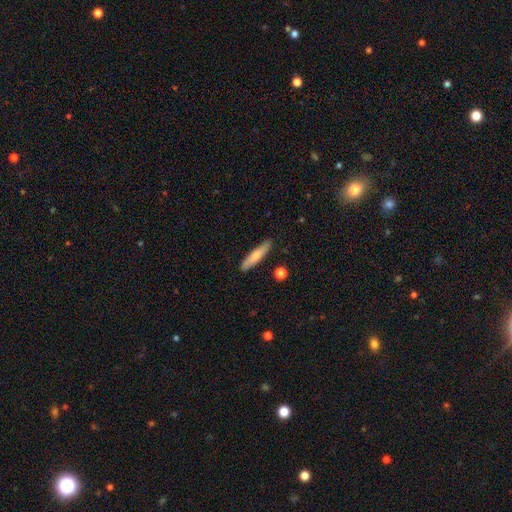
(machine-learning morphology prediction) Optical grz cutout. It shows a smooth galaxy with no disk features (69%) that is cigar-shaped (85%). Merging: none (86%).